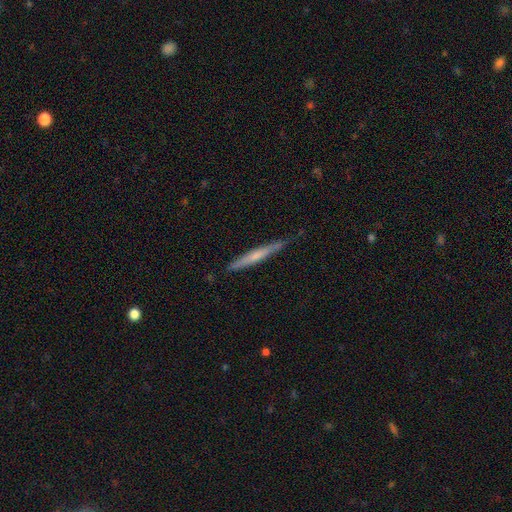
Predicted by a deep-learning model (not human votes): Smooth or featured: smooth — 49% (featured or disk — 45%)
Merging: none — 79% (minor disturbance — 17%)